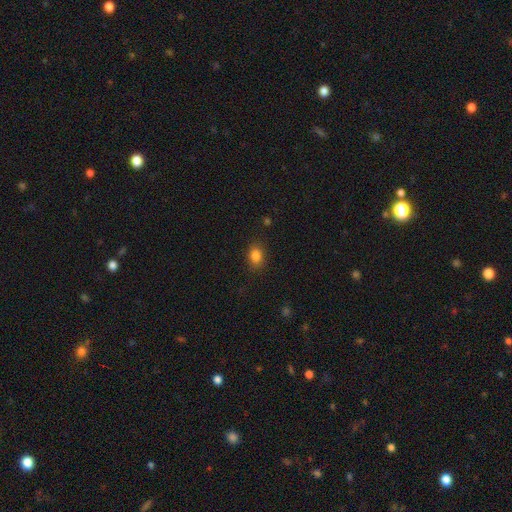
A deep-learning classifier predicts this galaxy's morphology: The model was most divided on "how rounded": in between: 60%, round: 39%, cigar-shaped: 1%. More confident: merging — none (86%); smooth or featured — smooth (84%).